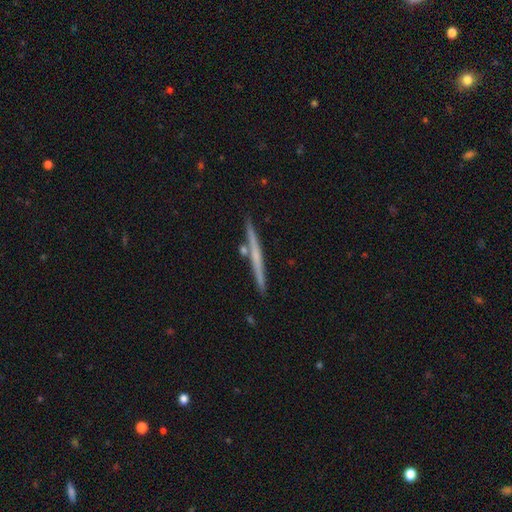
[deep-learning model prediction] smooth_or_featured: featured or disk (p=0.58) [alt: smooth p=0.36]
disk_edge_on: yes (p=0.97) [alt: no p=0.03]
edge_on_bulge: none (p=0.76) [alt: rounded p=0.20]
merging: none (p=0.86) [alt: minor disturbance p=0.08]